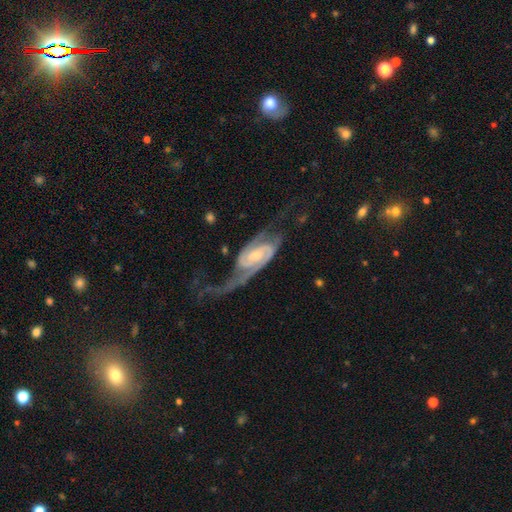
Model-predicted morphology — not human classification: type=featured or disk (90%); edge-on=no (96%); bar=weak (41%, tied with no); spiral arms=yes (97%); winding=medium (42%); arm count=2 (88%); bulge=small (50%); merging=none (44%).